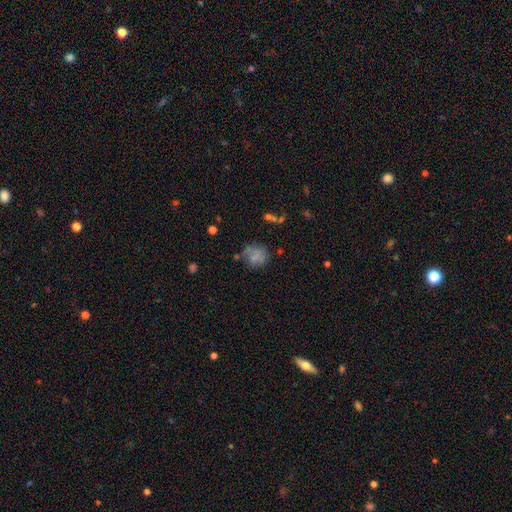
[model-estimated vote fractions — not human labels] smooth 70%, featured or disk 17%, star or artifact 14%. Down the decision tree: how rounded — round (74%); merging — none (60%).